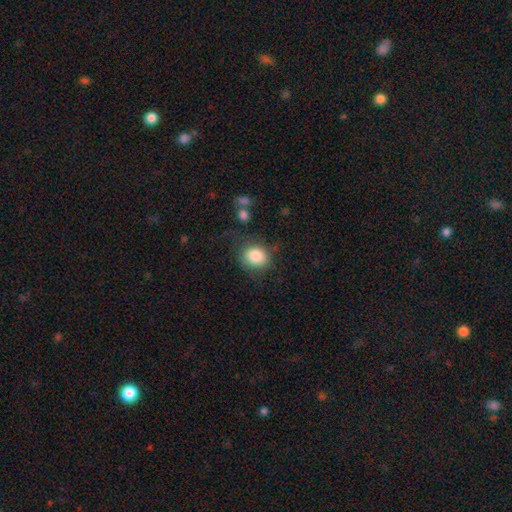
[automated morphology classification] smooth_or_featured: smooth (p=0.85) [alt: star or artifact p=0.09]
how_rounded: round (p=0.70) [alt: in between p=0.29]
merging: none (p=0.71) [alt: minor disturbance p=0.18]